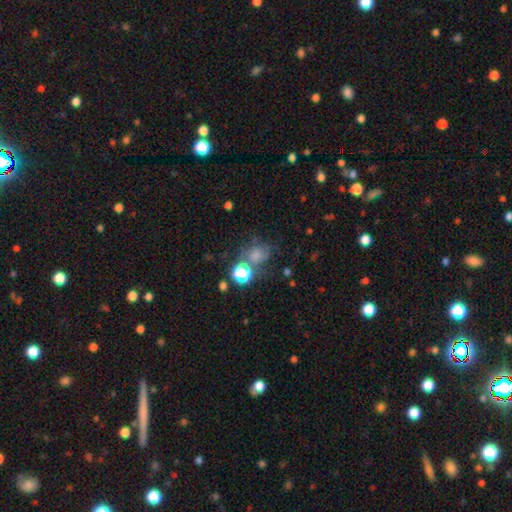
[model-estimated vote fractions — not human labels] smooth-or-featured: smooth: 64% | star or artifact: 23% | featured or disk: 13%
  how-rounded: round: 72% | in between: 27% | cigar-shaped: 1%
  merging: none: 52% | merger: 18% | minor disturbance: 17% | major disturbance: 13%